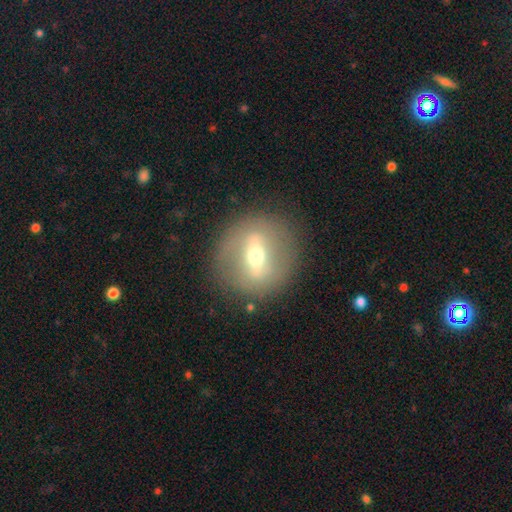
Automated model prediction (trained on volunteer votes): This appears to be a featured or disk galaxy (63%). Merging: none (85%).